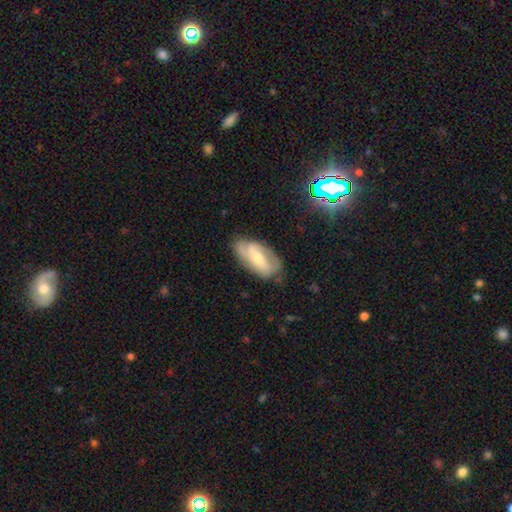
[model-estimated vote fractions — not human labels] smooth_or_featured: featured or disk (p=0.62) [alt: smooth p=0.28]
disk_edge_on: no (p=0.89) [alt: yes p=0.11]
bar: weak (p=0.38) [alt: no p=0.34]
has_spiral_arms: yes (p=0.78) [alt: no p=0.22]
bulge_size: small (p=0.49) [alt: moderate p=0.44]
merging: none (p=0.69) [alt: minor disturbance p=0.22]